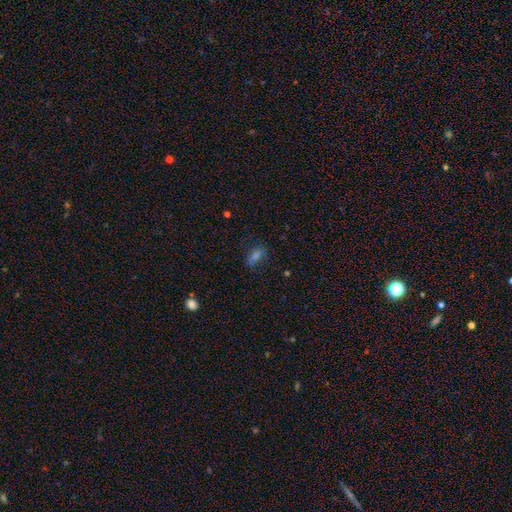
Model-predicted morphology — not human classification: smooth 61%, star or artifact 23%, featured or disk 16%. Down the decision tree: how rounded — in between (60%); merging — none (77%).